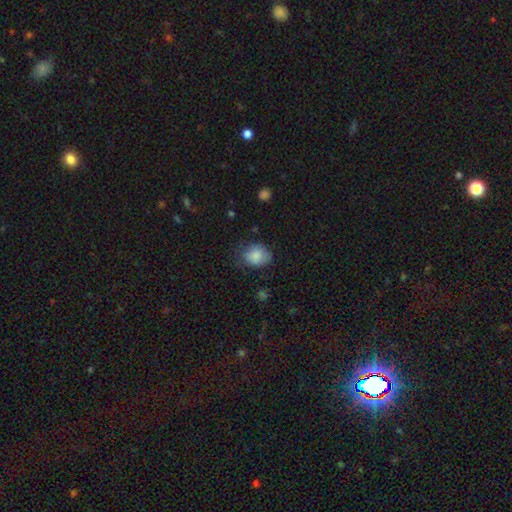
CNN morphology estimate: smooth 85%, star or artifact 8%, featured or disk 7%. Down the decision tree: how rounded — in between (53%); merging — none (62%).